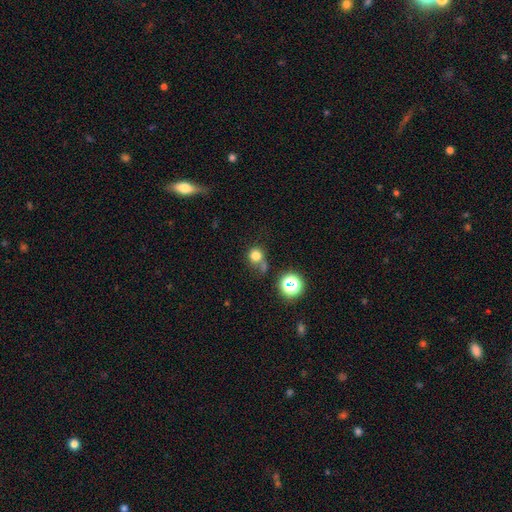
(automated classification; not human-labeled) Smooth or featured?
  - smooth: 76% *
  - star or artifact: 16%
  - featured or disk: 8%
How rounded?
  - round: 87% *
  - in between: 12%
  - cigar-shaped: 1%
Merging?
  - none: 55% *
  - merger: 21%
  - minor disturbance: 16%
  - major disturbance: 8%